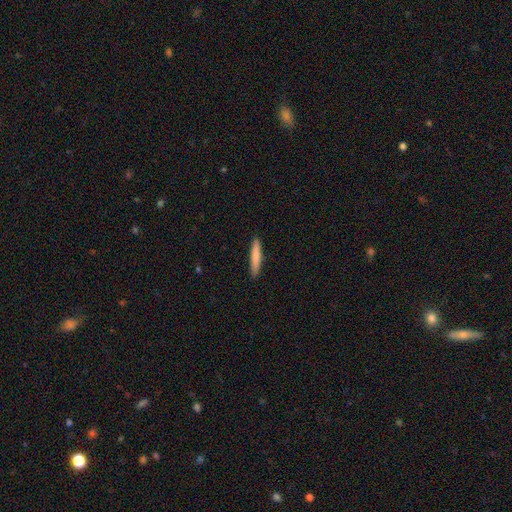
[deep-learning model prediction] Smooth or featured? Predicted: smooth (p=0.80). How rounded? Predicted: cigar-shaped (p=0.93). Merging? Predicted: none (p=0.91).